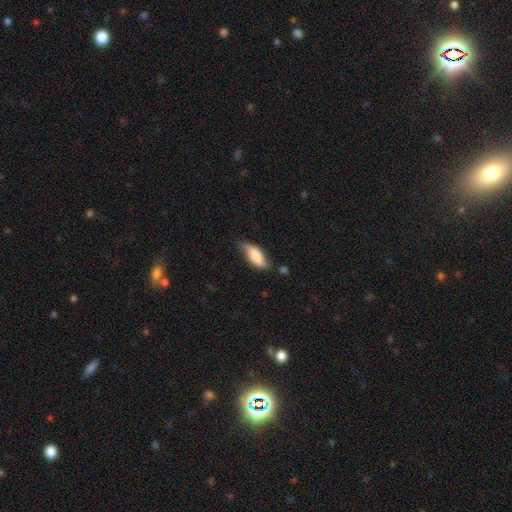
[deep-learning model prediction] Overall: smooth (75%). How rounded: in between (72%). Merging: none (64%; minor disturbance 27%).